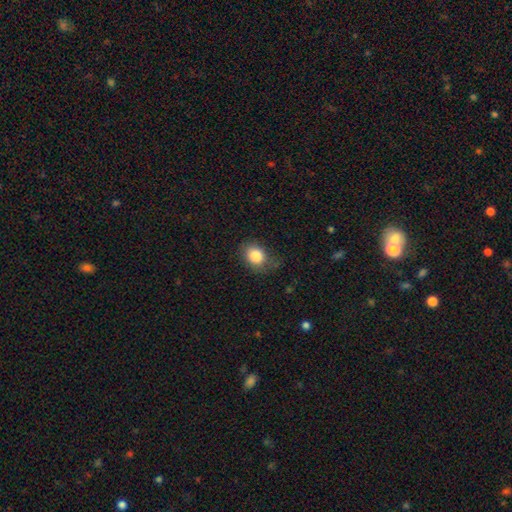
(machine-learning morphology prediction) type=smooth (84%); roundness=in between (51%); merging=none (62%).